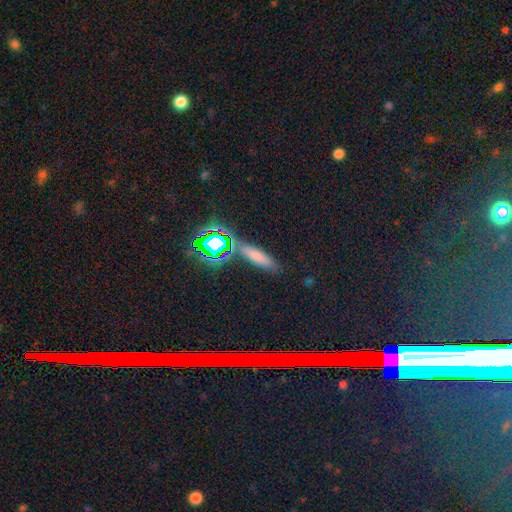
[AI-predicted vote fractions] The model was most divided on "smooth or featured": smooth: 64%, star or artifact: 24%, featured or disk: 13%. More confident: merging — none (79%); how rounded — cigar-shaped (69%).